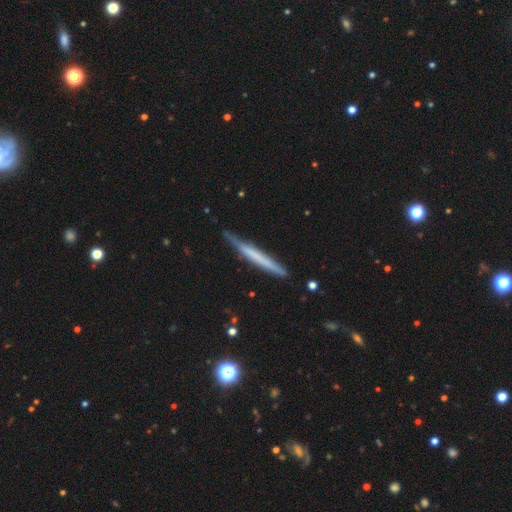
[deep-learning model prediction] Smooth or featured?
  - smooth: 50% *
  - featured or disk: 44%
  - star or artifact: 6%
How rounded?
  - cigar-shaped: 97% *
  - in between: 2%
  - round: 1%
Merging?
  - none: 82% *
  - minor disturbance: 15%
  - major disturbance: 2%
  - merger: 2%